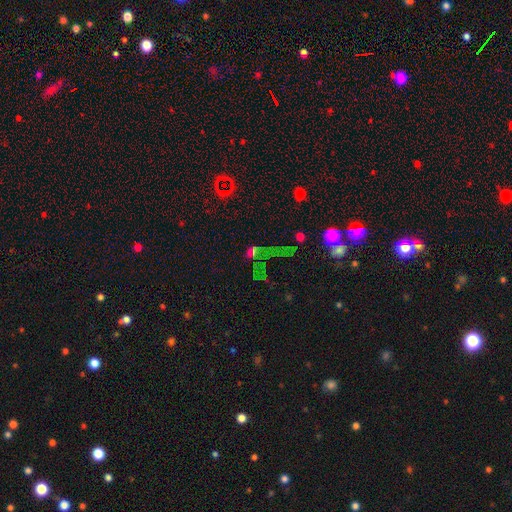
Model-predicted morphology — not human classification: Overall: star or artifact (54%; smooth 27%).